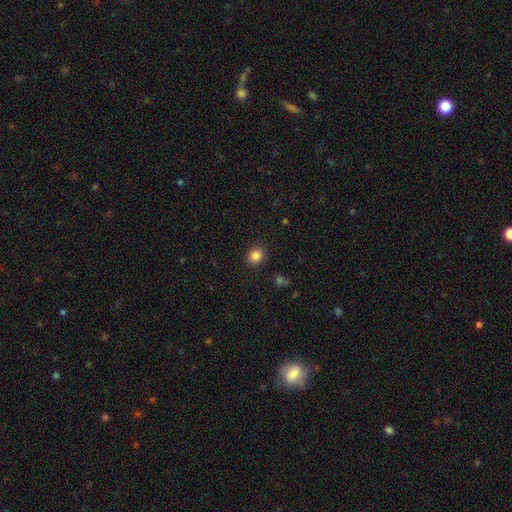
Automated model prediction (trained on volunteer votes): This appears to be a smooth galaxy with no disk features (85%) that is round (80%). Merging: none (89%).